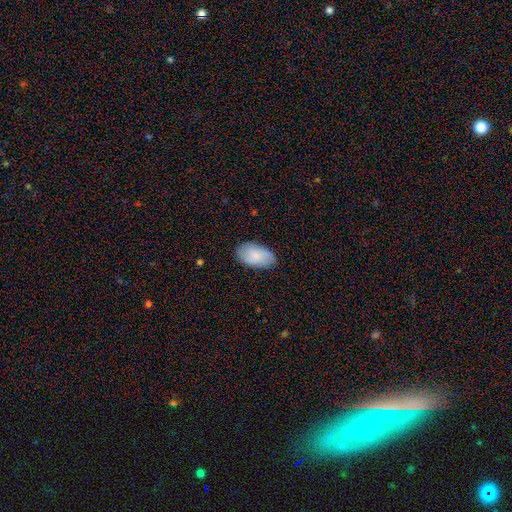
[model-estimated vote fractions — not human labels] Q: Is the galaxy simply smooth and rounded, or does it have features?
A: smooth — 80%.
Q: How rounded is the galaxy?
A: in between — 95%.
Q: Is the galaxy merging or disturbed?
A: none — 80%.